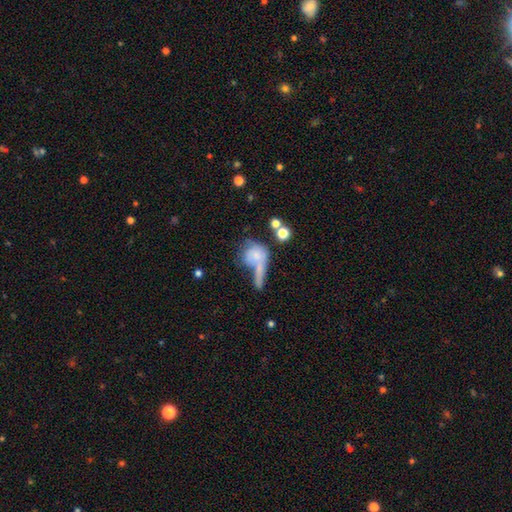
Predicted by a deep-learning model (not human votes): A smooth galaxy with no disk features (66%) that is round (61%). Merging: merger (42%).